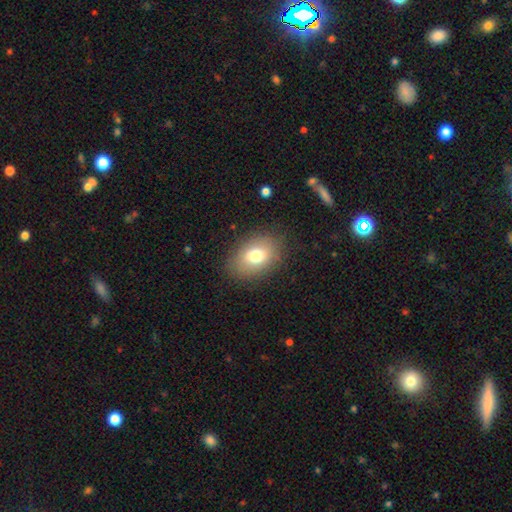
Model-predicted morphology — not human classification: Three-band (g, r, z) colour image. It shows a smooth galaxy with no disk features (76%) that is in between round and cigar-shaped (77%). Merging: none (84%).